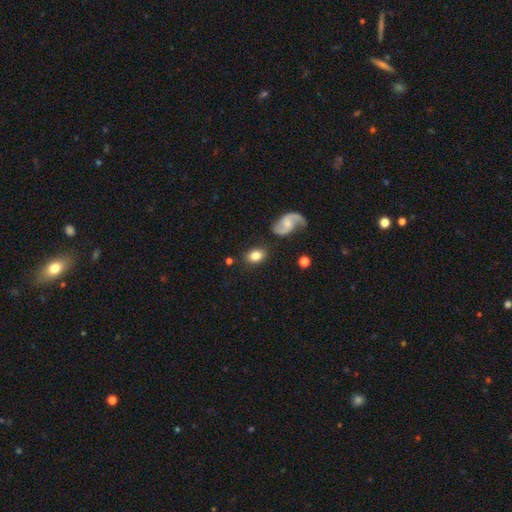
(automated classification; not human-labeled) The model was most divided on "how rounded": in between: 72%, round: 26%, cigar-shaped: 2%. More confident: merging — none (79%); smooth or featured — smooth (76%).